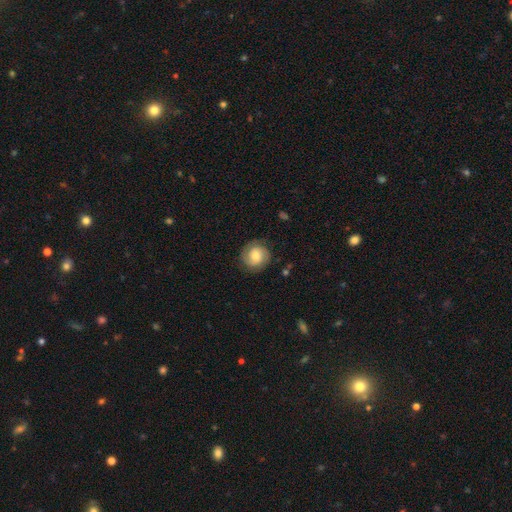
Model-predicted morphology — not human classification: smooth 50%, featured or disk 42%, star or artifact 8%. Down the decision tree: merging — none (83%).